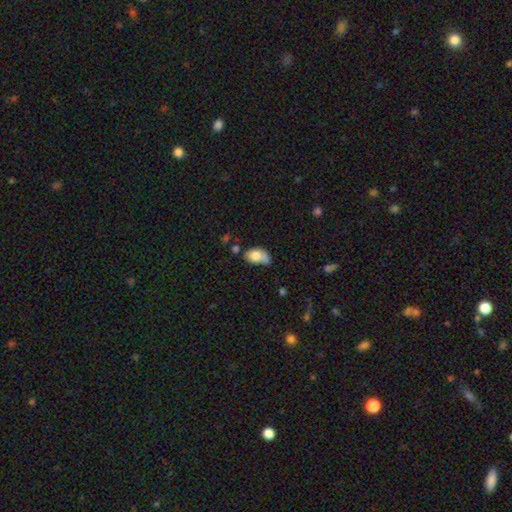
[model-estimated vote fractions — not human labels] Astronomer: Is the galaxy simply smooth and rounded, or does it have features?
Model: smooth — 74%.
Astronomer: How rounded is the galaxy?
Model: in between — 84%.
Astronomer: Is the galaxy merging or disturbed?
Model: minor disturbance — 34% (runner-up: none, 29%).